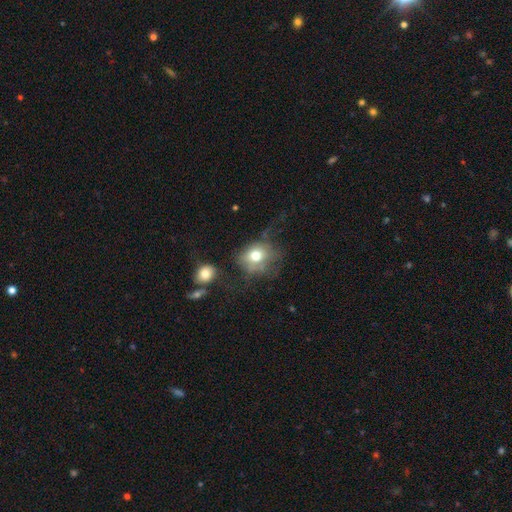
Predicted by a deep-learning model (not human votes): Smooth or featured: smooth — 68% (featured or disk — 20%)
How rounded: round — 63% (in between — 36%)
Merging: none — 41% (major disturbance — 28%)